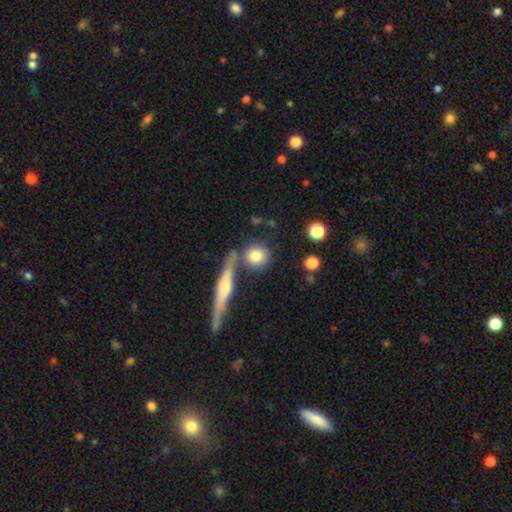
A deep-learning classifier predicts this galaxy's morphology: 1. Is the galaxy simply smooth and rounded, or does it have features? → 77% smooth, 14% featured or disk, 8% star or artifact.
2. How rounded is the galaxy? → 84% round, 11% in between, 4% cigar-shaped.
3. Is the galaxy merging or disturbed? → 68% none, 17% merger, 11% minor disturbance, 4% major disturbance.